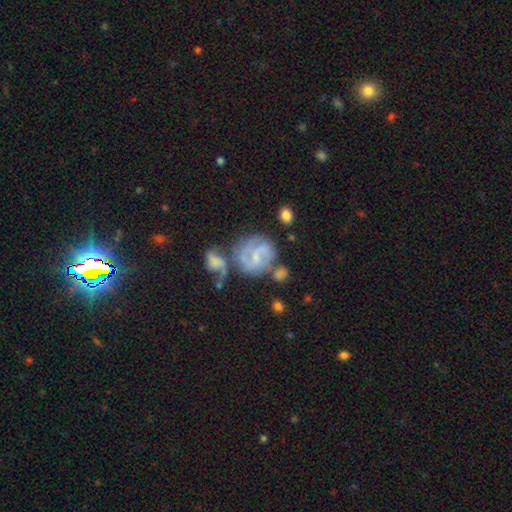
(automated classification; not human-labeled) Q: Smooth or featured?
A: featured or disk (69%); runner-up: smooth (23%)
Q: Edge-on disk?
A: no (98%); runner-up: yes (2%)
Q: Bar?
A: weak (47%); runner-up: no (41%)
Q: Spiral arms?
A: yes (83%); runner-up: no (17%)
Q: Spiral winding?
A: medium (40%); tied with: tight (40%)
Q: Spiral arm count?
A: 2 (46%); runner-up: can't tell (28%)
Q: Bulge size?
A: small (52%); runner-up: moderate (23%)
Q: Merging?
A: none (38%); runner-up: merger (28%)